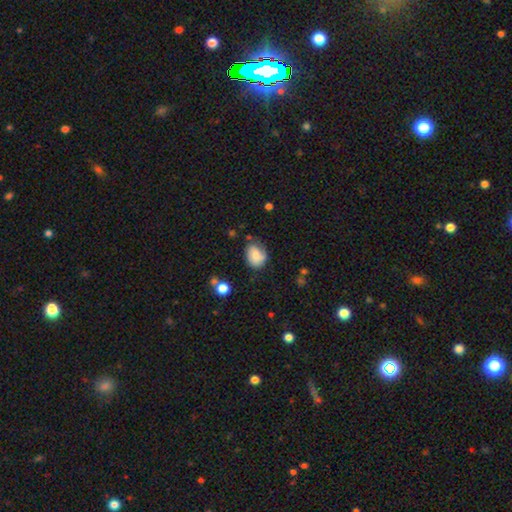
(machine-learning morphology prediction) Overall: smooth (71%). How rounded: in between (60%; round 39%). Merging: none (58%; minor disturbance 29%).